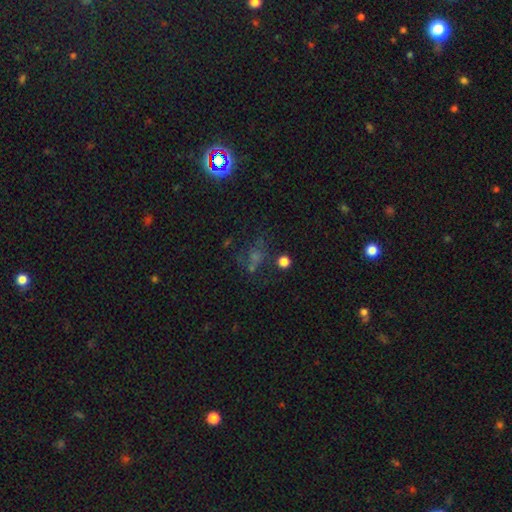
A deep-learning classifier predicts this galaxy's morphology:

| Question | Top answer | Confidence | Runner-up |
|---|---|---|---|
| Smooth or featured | star or artifact | 48% | smooth (30%) |